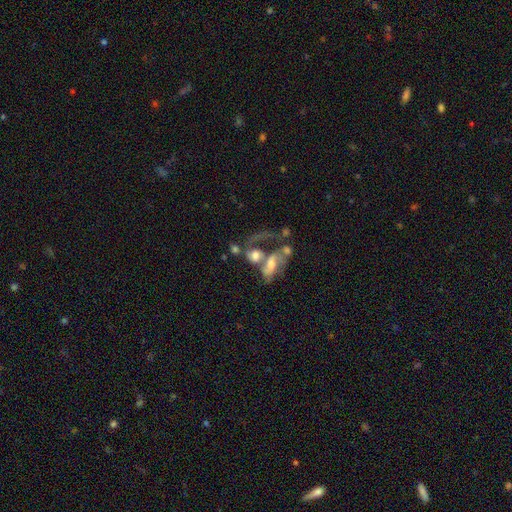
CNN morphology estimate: This is possibly a featured or disk galaxy (54%). It is clearly not viewed edge-on (94%). Bar: likely no (66%). Spiral arm pattern: possibly yes (54%). Central bulge: marginally moderate (42%). Merging: possibly merger (56%).